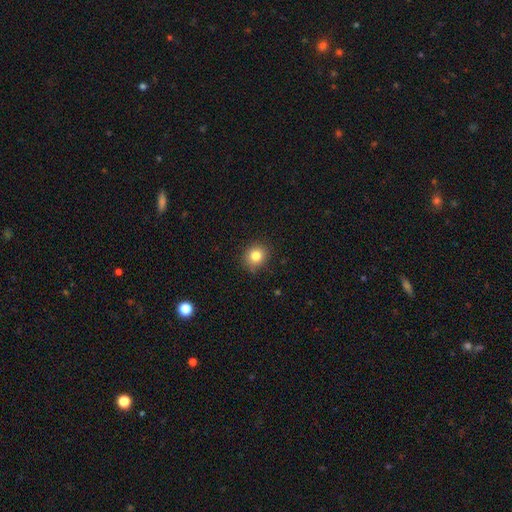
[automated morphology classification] smooth_or_featured: smooth (p=0.82) [alt: star or artifact p=0.11]
how_rounded: round (p=0.81) [alt: in between p=0.18]
merging: none (p=0.87) [alt: minor disturbance p=0.10]